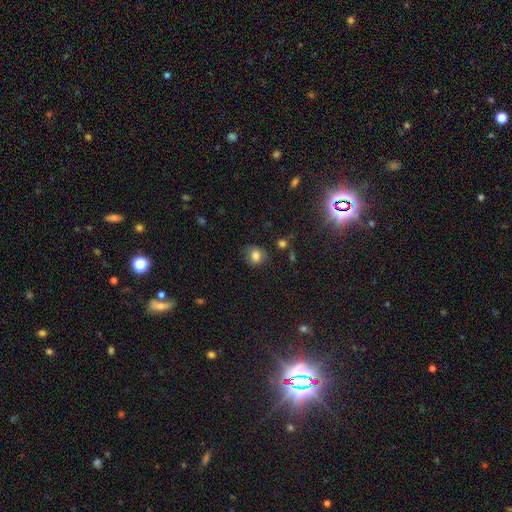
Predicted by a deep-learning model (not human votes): This appears to be a smooth galaxy with no disk features (79%) that is round (64%). Merging: none (74%).